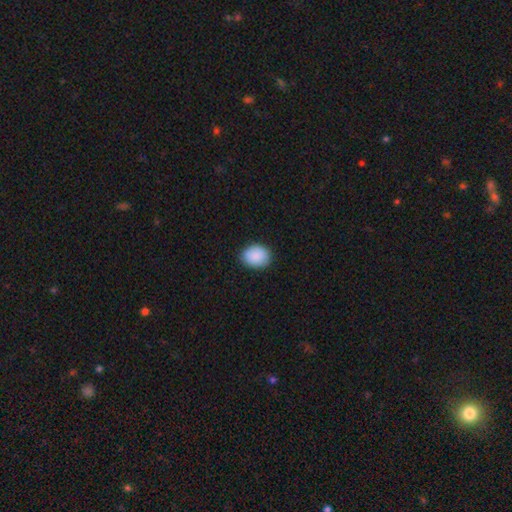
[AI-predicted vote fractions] Q: Smooth or featured?
A: smooth (90%); runner-up: star or artifact (7%)
Q: How rounded?
A: in between (56%); runner-up: round (43%)
Q: Merging?
A: none (86%); runner-up: minor disturbance (11%)